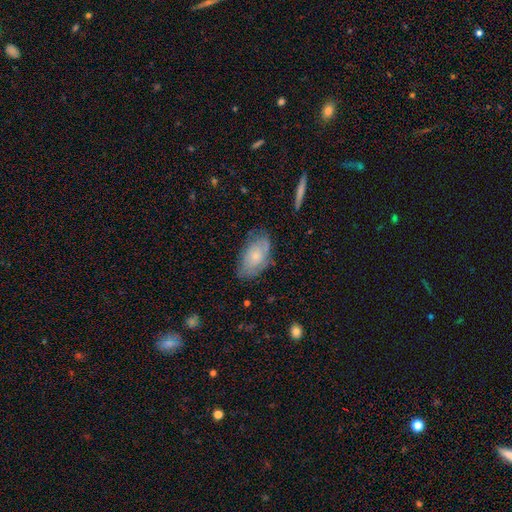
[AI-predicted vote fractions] The model was most divided on "smooth or featured": smooth: 54%, featured or disk: 39%, star or artifact: 7%. More confident: how rounded — in between (92%); merging — none (68%).